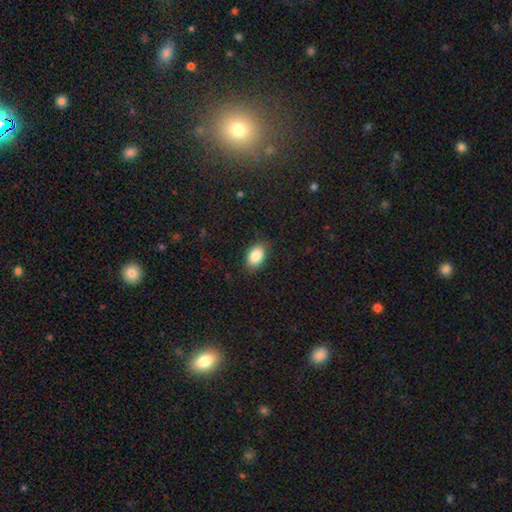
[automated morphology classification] The model was most divided on "merging": none: 84%, minor disturbance: 12%, major disturbance: 3%, merger: 1%. More confident: how rounded — in between (89%); smooth or featured — smooth (87%).